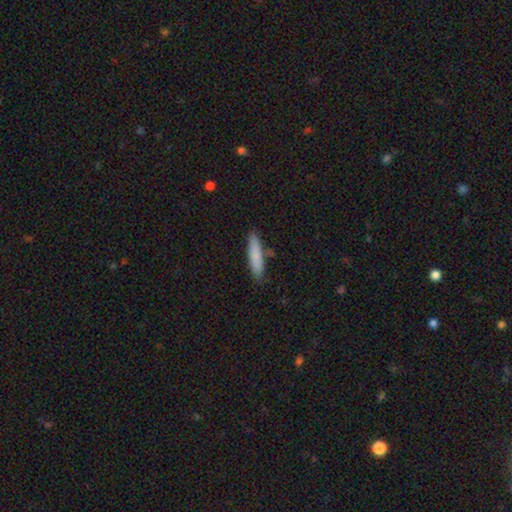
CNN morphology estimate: This is clearly a smooth galaxy (81%). How rounded: likely cigar-shaped (79%). Merging: clearly none (84%).